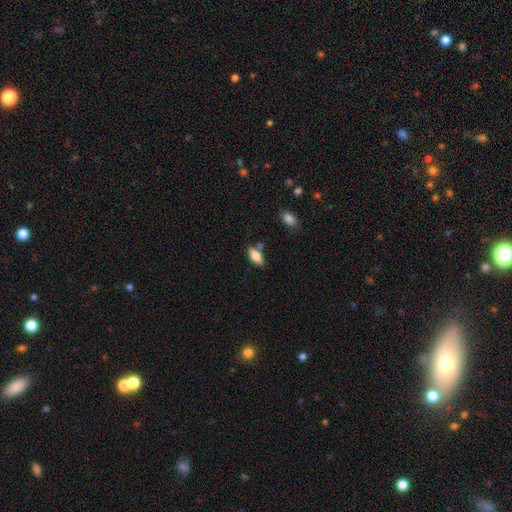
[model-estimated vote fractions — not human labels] A smooth galaxy with no disk features (73%) that is in between round and cigar-shaped (81%).

Vote fractions:
- Smooth or featured? smooth: 73% / featured or disk: 20% / star or artifact: 7%
- How rounded? in between: 81% / cigar-shaped: 16% / round: 3%
- Merging? none: 72% / minor disturbance: 15% / merger: 9% / major disturbance: 4%